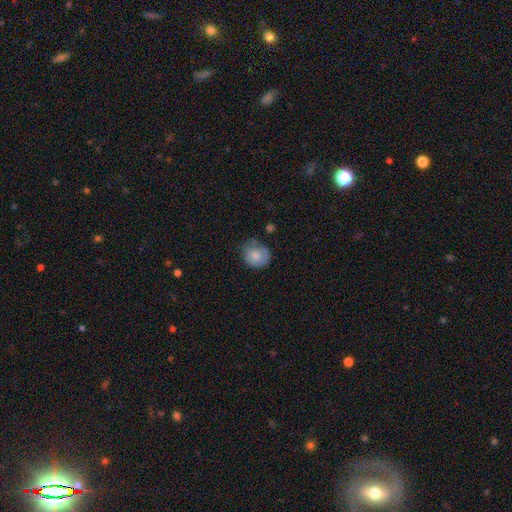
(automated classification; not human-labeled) A smooth galaxy with no disk features (77%) that is round (73%). Merging: none (53%).